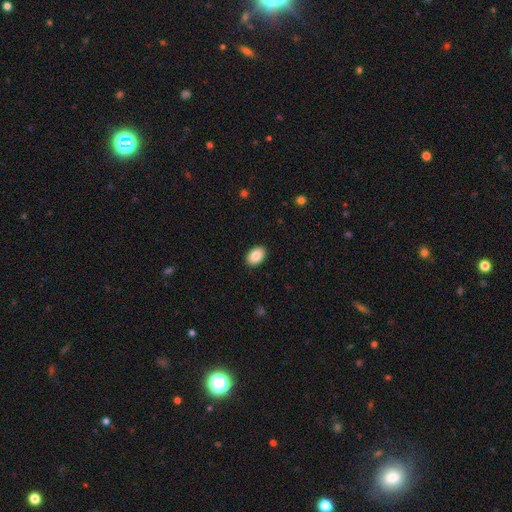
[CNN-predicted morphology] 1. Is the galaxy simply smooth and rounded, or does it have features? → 87% smooth, 7% star or artifact, 6% featured or disk.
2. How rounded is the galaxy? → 88% in between, 11% round, 1% cigar-shaped.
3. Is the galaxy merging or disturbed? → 91% none, 7% minor disturbance, 2% major disturbance, 1% merger.